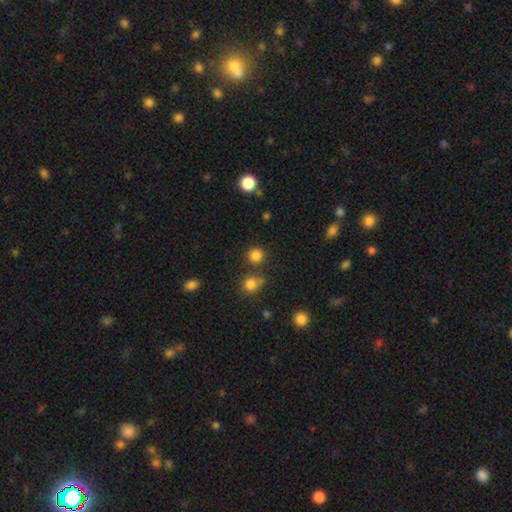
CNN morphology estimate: smooth 81%, star or artifact 14%, featured or disk 4%. Down the decision tree: how rounded — round (91%); merging — none (78%).